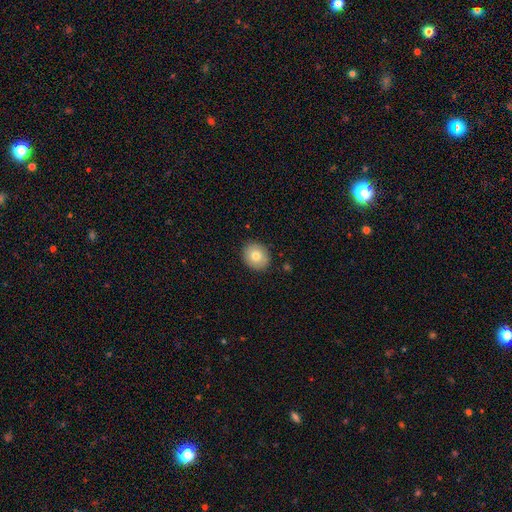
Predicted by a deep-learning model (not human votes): This appears to be a smooth galaxy with no disk features (76%) that is round (72%). Merging: none (88%).